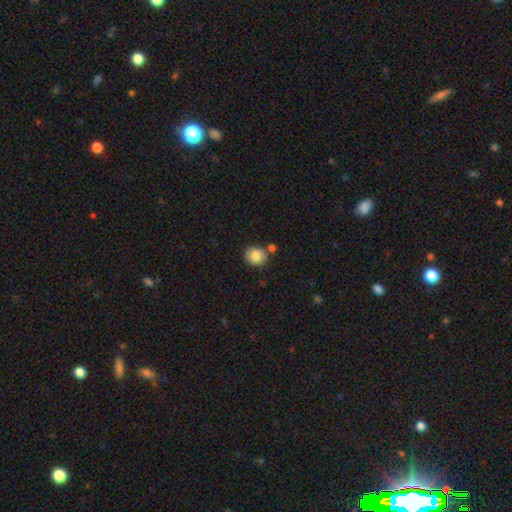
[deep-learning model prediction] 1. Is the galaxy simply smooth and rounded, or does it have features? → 83% smooth, 9% star or artifact, 9% featured or disk.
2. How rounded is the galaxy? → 70% round, 29% in between, 1% cigar-shaped.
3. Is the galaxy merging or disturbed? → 76% none, 11% minor disturbance, 10% merger, 3% major disturbance.